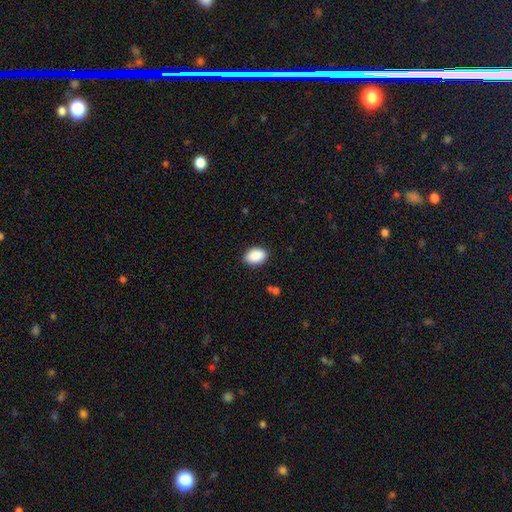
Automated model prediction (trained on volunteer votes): Smooth or featured? smooth (90%)
How rounded? in between (81%)
Merging? none (88%)